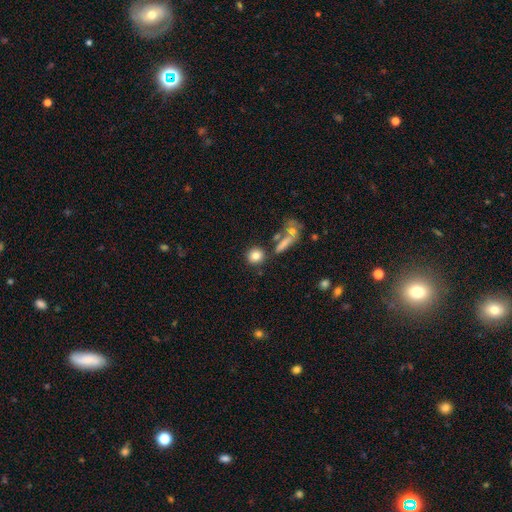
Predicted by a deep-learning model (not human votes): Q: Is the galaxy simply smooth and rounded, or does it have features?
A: smooth — 80%.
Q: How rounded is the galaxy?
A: round — 83%.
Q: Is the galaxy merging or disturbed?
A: none — 77%.